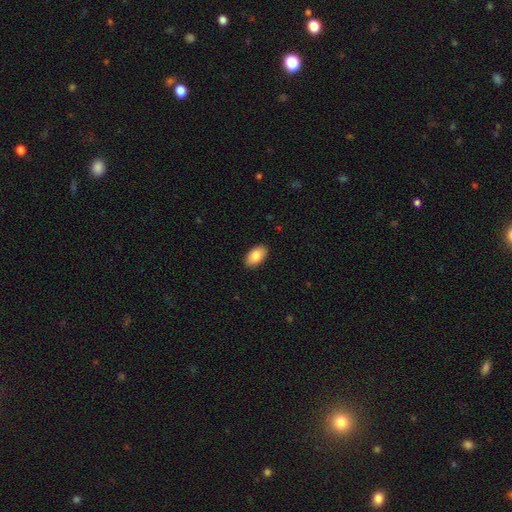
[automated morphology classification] A smooth galaxy with no disk features (85%) that is in between round and cigar-shaped (94%).

Vote fractions:
- Smooth or featured? smooth: 85% / featured or disk: 8% / star or artifact: 6%
- How rounded? in between: 94% / round: 4% / cigar-shaped: 2%
- Merging? none: 89% / minor disturbance: 8% / major disturbance: 2% / merger: 1%